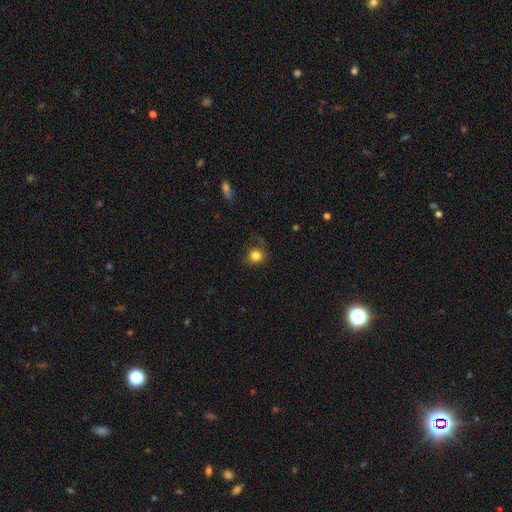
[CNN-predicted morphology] A smooth galaxy with no disk features (81%) that is round (88%). Merging: none (71%).